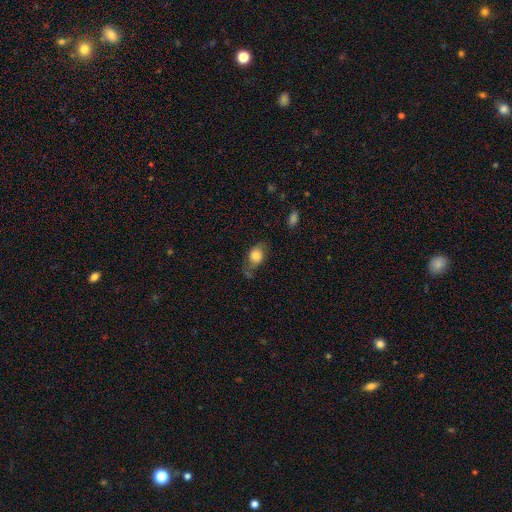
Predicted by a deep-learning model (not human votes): This appears to be a smooth galaxy with no disk features (76%) that is in between round and cigar-shaped (70%). Merging: none (49%).